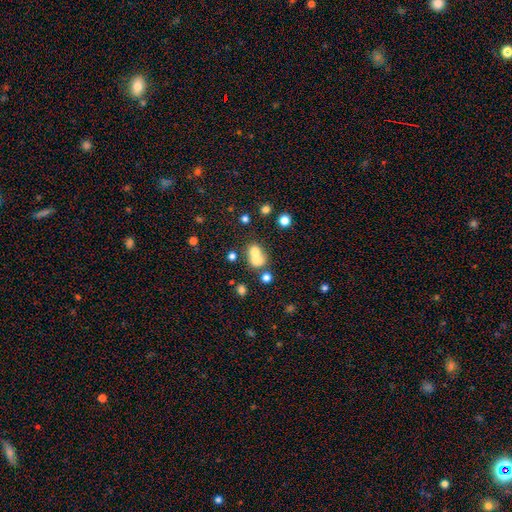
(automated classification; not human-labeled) smooth-or-featured: smooth: 67% | featured or disk: 19% | star or artifact: 14%
  how-rounded: in between: 51% | round: 47% | cigar-shaped: 2%
  merging: merger: 60% | none: 24% | minor disturbance: 9% | major disturbance: 6%